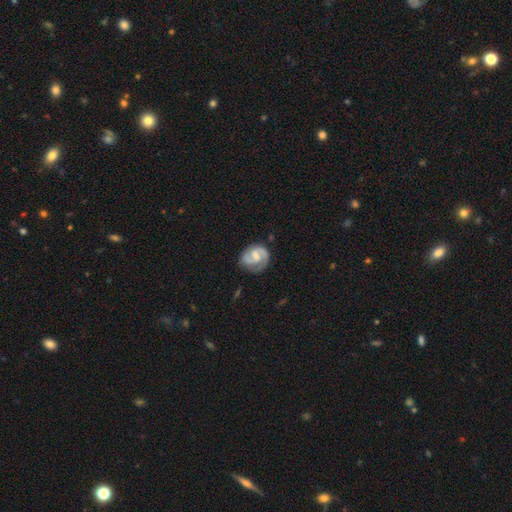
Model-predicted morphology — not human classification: Smooth or featured?
  - featured or disk: 83% *
  - smooth: 12%
  - star or artifact: 5%
Edge-on disk?
  - no: 98% *
  - yes: 2%
Bar?
  - weak: 53% *
  - no: 32%
  - strong: 15%
Spiral arms?
  - yes: 96% *
  - no: 4%
Spiral winding?
  - medium: 50% *
  - tight: 35%
  - loose: 15%
Spiral arm count?
  - 2: 83% *
  - 1: 8%
  - can't tell: 4%
  - 3: 2%
  - 4: 1%
  - more than 4: 1%
Bulge size?
  - small: 37% *
  - moderate: 35%
  - none: 23%
  - large: 5%
  - dominant: 1%
Merging?
  - none: 71% *
  - minor disturbance: 19%
  - major disturbance: 7%
  - merger: 2%